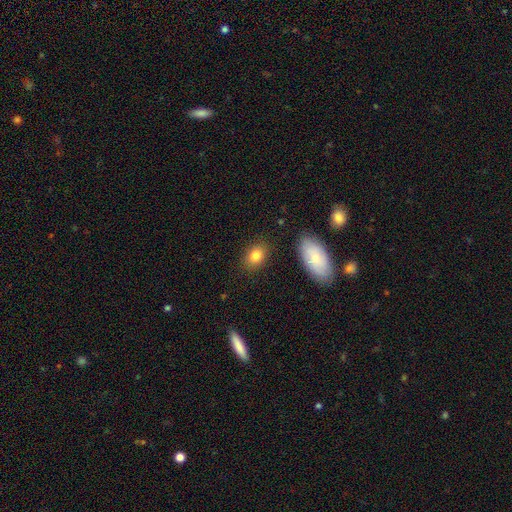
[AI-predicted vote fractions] A smooth galaxy with no disk features (82%) that is in between round and cigar-shaped (75%). Merging: none (84%).